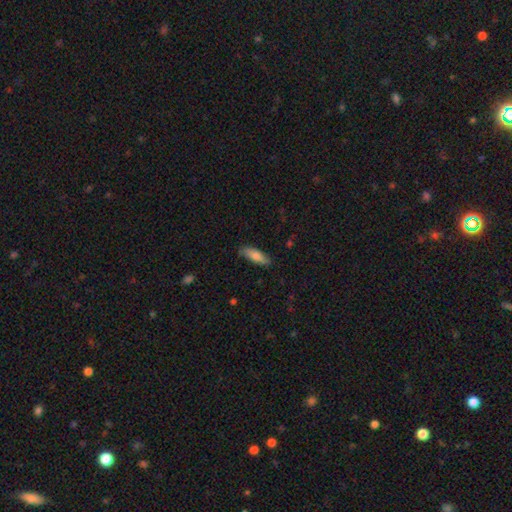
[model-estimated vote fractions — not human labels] The model was most divided on "how rounded": in between: 52%, cigar-shaped: 46%, round: 2%. More confident: merging — none (82%); smooth or featured — smooth (77%).